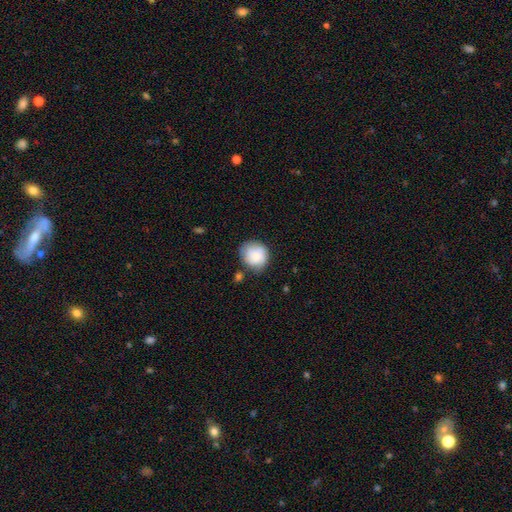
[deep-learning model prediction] Morphology: type=smooth (68%); roundness=round (83%); merging=none (70%).